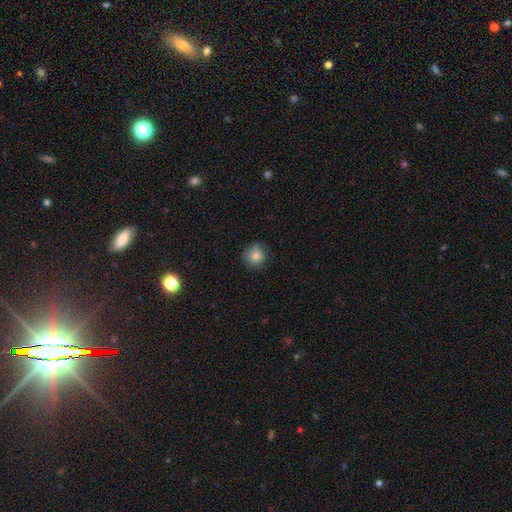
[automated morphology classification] smooth_or_featured: smooth (p=0.83) [alt: star or artifact p=0.10]
how_rounded: round (p=0.90) [alt: in between p=0.09]
merging: none (p=0.75) [alt: minor disturbance p=0.20]